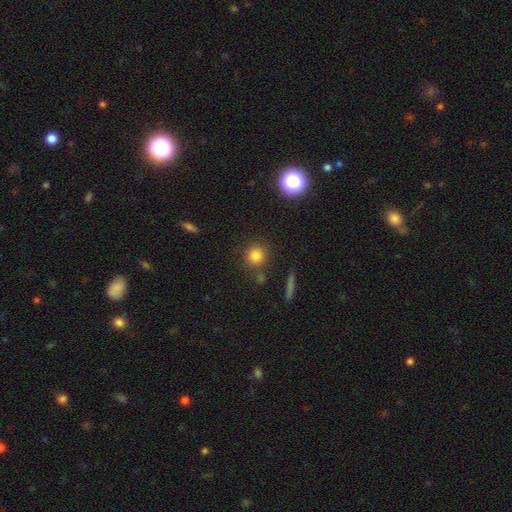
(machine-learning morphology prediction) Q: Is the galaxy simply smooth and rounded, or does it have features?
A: smooth — 80%.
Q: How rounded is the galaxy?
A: round — 89%.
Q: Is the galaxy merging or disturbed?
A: none — 82%.